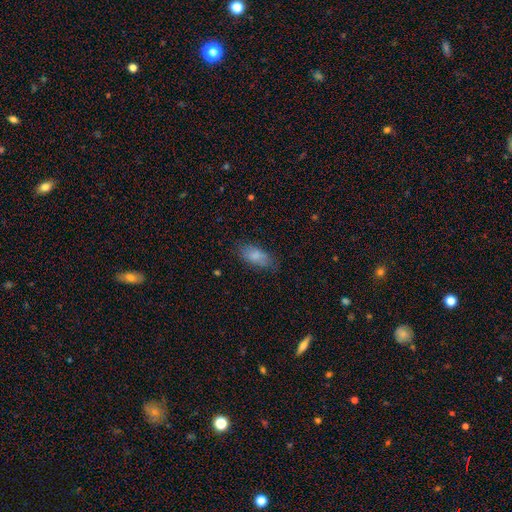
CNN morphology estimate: This is clearly a smooth galaxy (81%). How rounded: clearly in between (89%). Merging: likely none (72%).